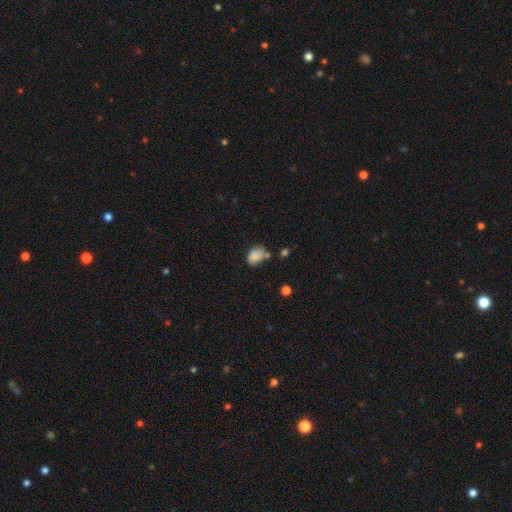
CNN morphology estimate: A smooth galaxy with no disk features (81%) that is in between round and cigar-shaped (69%). Merging: none (47%).